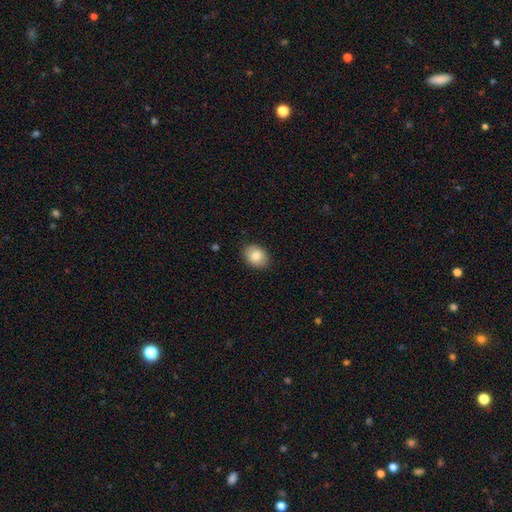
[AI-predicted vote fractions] Smooth or featured? Predicted: smooth (p=0.83). How rounded? Predicted: in between (p=0.65). Merging? Predicted: none (p=0.87).